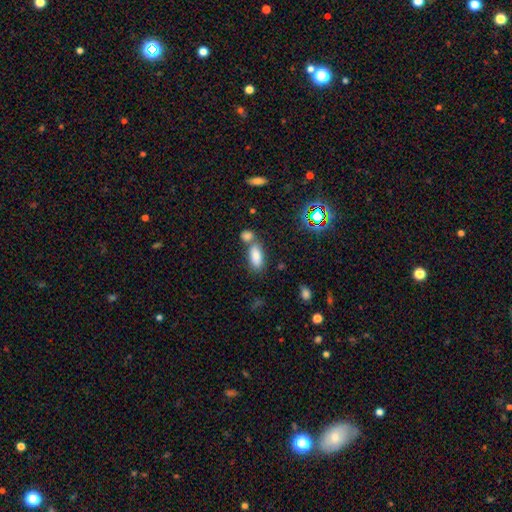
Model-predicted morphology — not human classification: smooth_or_featured: smooth (p=0.82) [alt: featured or disk p=0.09]
how_rounded: in between (p=0.86) [alt: cigar-shaped p=0.11]
merging: none (p=0.52) [alt: merger p=0.33]